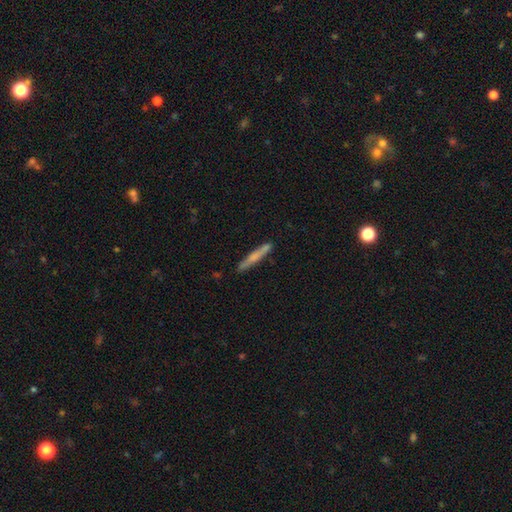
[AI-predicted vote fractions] A smooth galaxy with no disk features (52%) that is cigar-shaped (95%). Merging: none (86%).